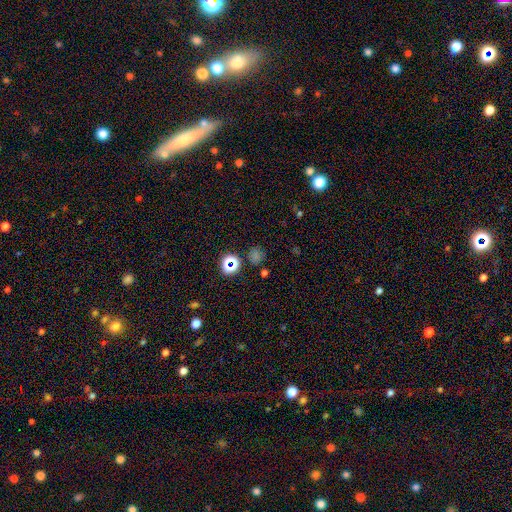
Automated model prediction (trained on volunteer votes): Smooth or featured?
  - smooth: 57% *
  - star or artifact: 36%
  - featured or disk: 7%
How rounded?
  - round: 80% *
  - in between: 18%
  - cigar-shaped: 1%
Merging?
  - none: 75% *
  - minor disturbance: 13%
  - merger: 7%
  - major disturbance: 6%